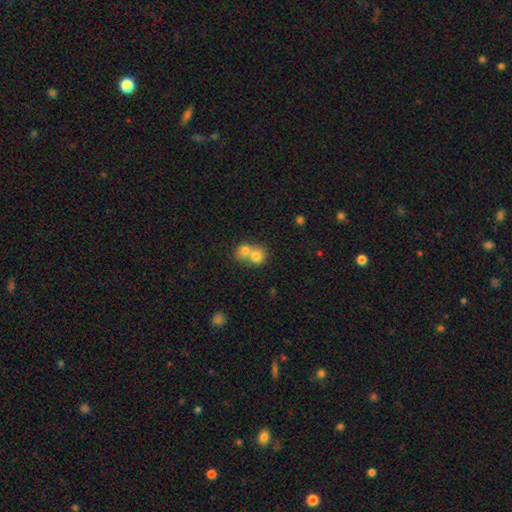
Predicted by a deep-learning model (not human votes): smooth 74%, featured or disk 16%, star or artifact 10%. Down the decision tree: how rounded — round (77%); merging — merger (68%).